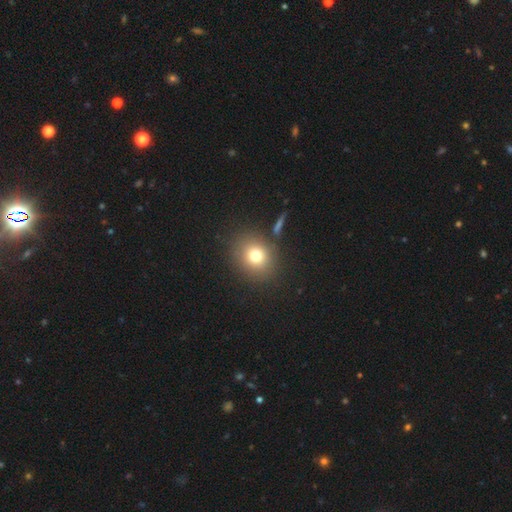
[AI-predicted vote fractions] smooth 76%, star or artifact 14%, featured or disk 10%. Down the decision tree: how rounded — round (77%); merging — none (83%).